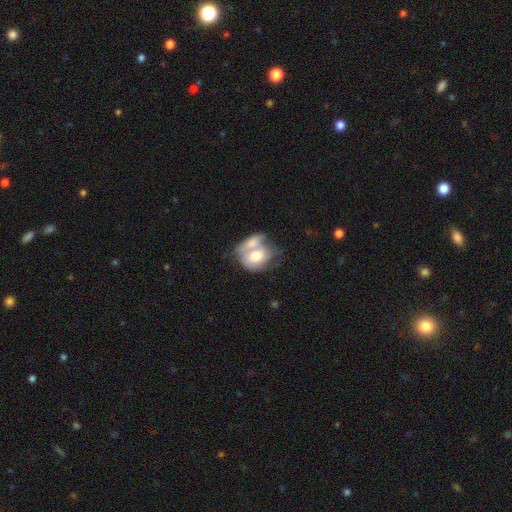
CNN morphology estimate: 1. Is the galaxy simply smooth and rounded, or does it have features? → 62% smooth, 32% featured or disk, 6% star or artifact.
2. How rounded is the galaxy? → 61% in between, 38% round, 2% cigar-shaped.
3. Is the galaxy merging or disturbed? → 65% merger, 15% none, 10% minor disturbance, 10% major disturbance.